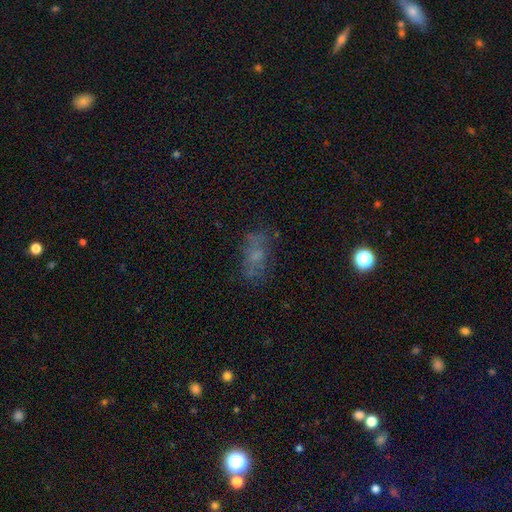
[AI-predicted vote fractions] This is possibly a smooth galaxy (50%). Merging: likely none (61%).